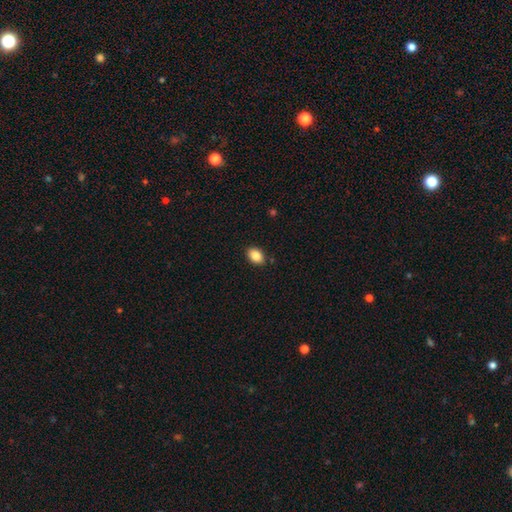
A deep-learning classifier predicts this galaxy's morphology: Smooth or featured?
  - smooth: 87% *
  - star or artifact: 8%
  - featured or disk: 5%
How rounded?
  - in between: 83% *
  - round: 16%
  - cigar-shaped: 1%
Merging?
  - none: 88% *
  - minor disturbance: 8%
  - major disturbance: 2%
  - merger: 1%